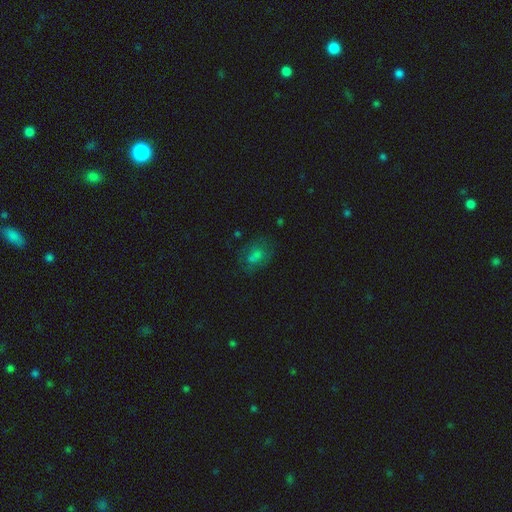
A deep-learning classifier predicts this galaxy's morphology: Q: Smooth or featured?
A: smooth (58%); runner-up: featured or disk (25%)
Q: How rounded?
A: in between (61%); runner-up: round (37%)
Q: Merging?
A: none (53%); runner-up: minor disturbance (21%)